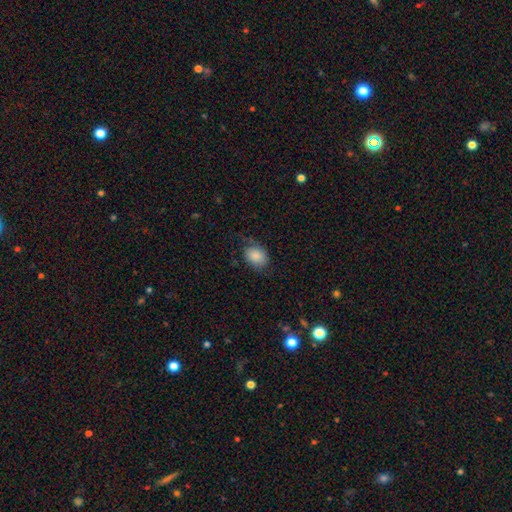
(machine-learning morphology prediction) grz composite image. It shows a smooth galaxy with no disk features (80%) that is in between round and cigar-shaped (68%). Merging: none (56%).